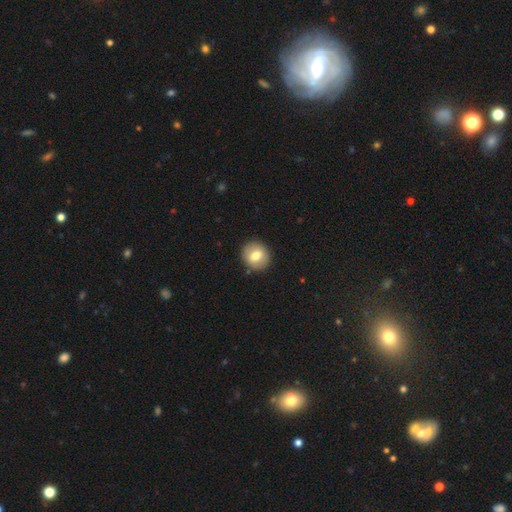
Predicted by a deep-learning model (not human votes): smooth-or-featured: smooth: 70% | featured or disk: 22% | star or artifact: 8%
  how-rounded: round: 83% | in between: 16% | cigar-shaped: 1%
  merging: none: 90% | minor disturbance: 7% | major disturbance: 2% | merger: 1%